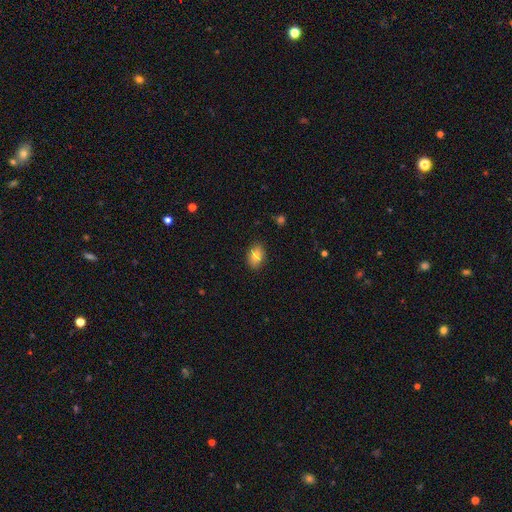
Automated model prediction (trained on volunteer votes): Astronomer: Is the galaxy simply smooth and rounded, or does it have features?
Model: smooth — 82%.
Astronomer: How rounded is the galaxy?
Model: in between — 81%.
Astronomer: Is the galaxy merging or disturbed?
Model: none — 86%.